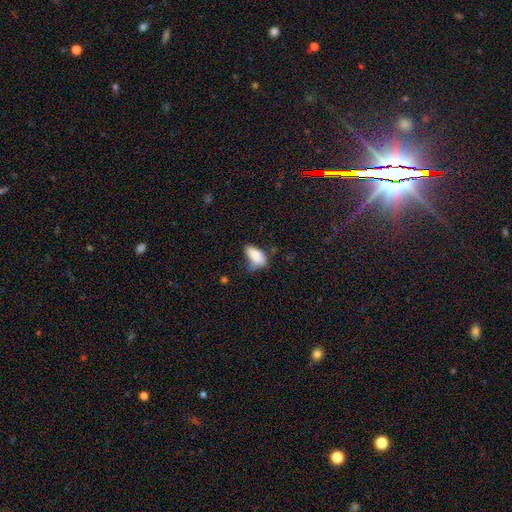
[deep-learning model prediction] The model was most divided on "merging": none: 39%, minor disturbance: 38%, major disturbance: 17%, merger: 7%. More confident: how rounded — in between (89%); smooth or featured — smooth (82%).